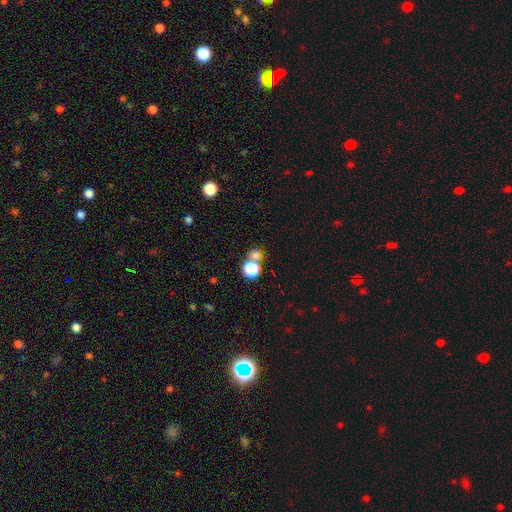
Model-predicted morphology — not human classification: Smooth or featured? Predicted: smooth (p=0.68). How rounded? Predicted: round (p=0.81). Merging? Predicted: none (p=0.58).